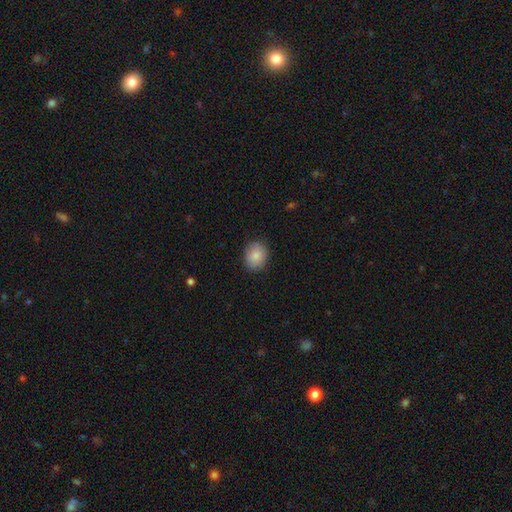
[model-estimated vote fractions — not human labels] This appears to be a smooth galaxy with no disk features (85%) that is round (58%). Merging: none (85%).